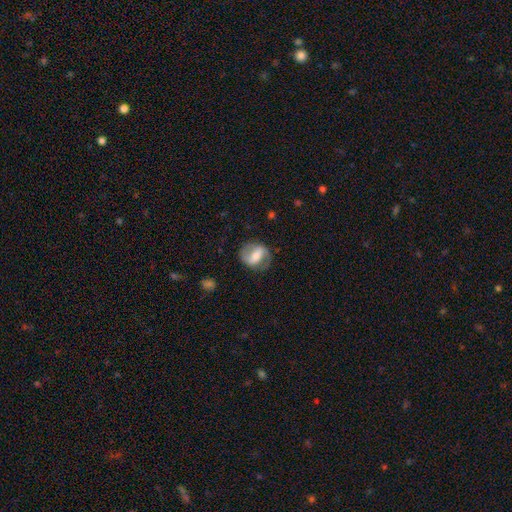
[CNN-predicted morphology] type=featured or disk (67%); edge-on=no (96%); bar=strong (50%); spiral arms=yes (82%); winding=medium (46%); arm count=2 (87%); bulge=moderate (50%); merging=none (78%).